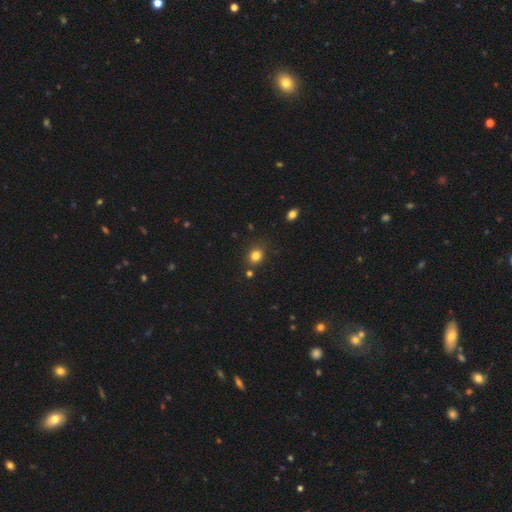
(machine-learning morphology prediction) A smooth galaxy with no disk features (81%) that is round (69%). Merging: none (83%).